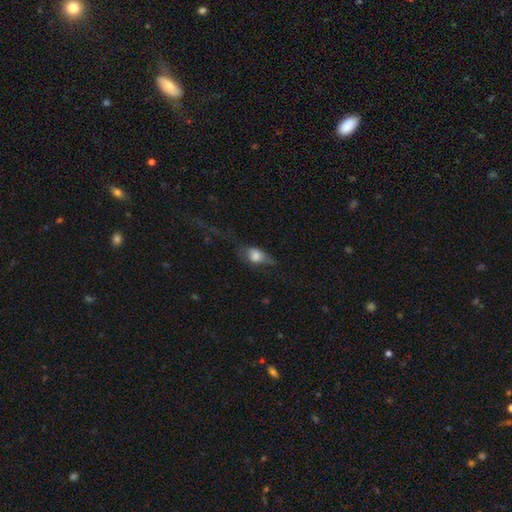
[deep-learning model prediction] Smooth or featured? Predicted: smooth (p=0.66). How rounded? Predicted: in between (p=0.75). Merging? Predicted: major disturbance (p=0.43).